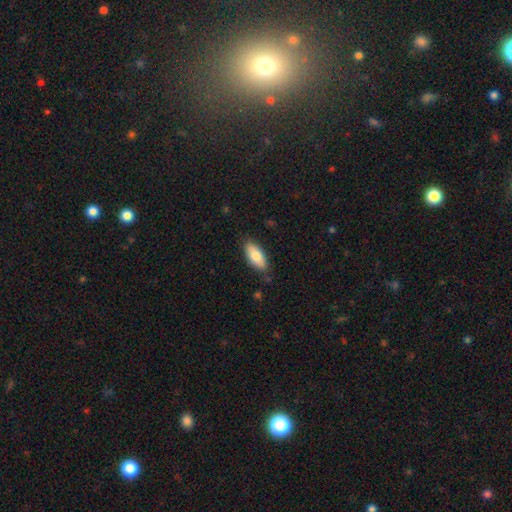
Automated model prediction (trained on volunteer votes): Smooth or featured: smooth — 80% (featured or disk — 14%)
How rounded: in between — 83% (cigar-shaped — 15%)
Merging: none — 83% (minor disturbance — 13%)